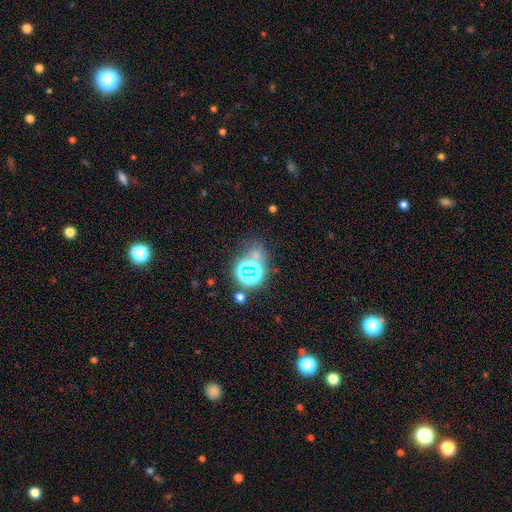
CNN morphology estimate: Smooth or featured? star or artifact (64%)